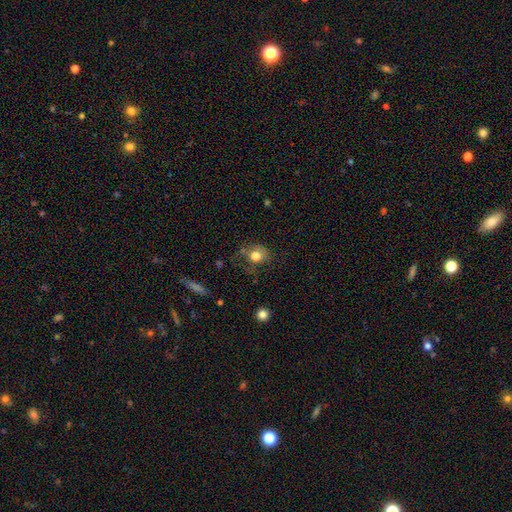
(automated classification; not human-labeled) smooth 76%, featured or disk 14%, star or artifact 10%. Down the decision tree: how rounded — round (62%); merging — none (53%).